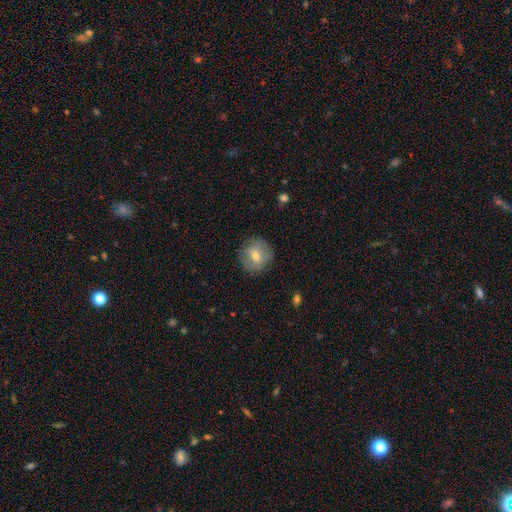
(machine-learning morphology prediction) type=smooth (68%); roundness=round (91%); merging=none (84%).